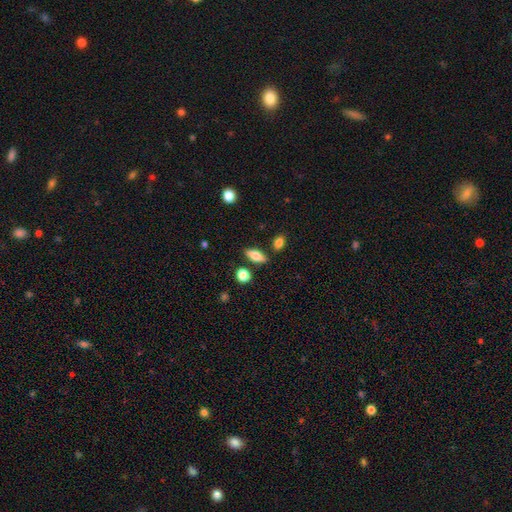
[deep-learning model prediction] The model was most divided on "smooth or featured": smooth: 73%, featured or disk: 19%, star or artifact: 8%. More confident: merging — none (82%); how rounded — in between (76%).